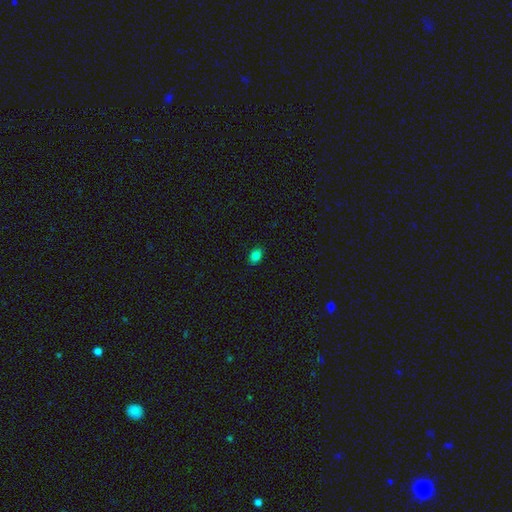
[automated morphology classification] Smooth or featured?
  - smooth: 83% *
  - star or artifact: 11%
  - featured or disk: 6%
How rounded?
  - in between: 76% *
  - round: 22%
  - cigar-shaped: 1%
Merging?
  - none: 89% *
  - minor disturbance: 8%
  - major disturbance: 2%
  - merger: 1%